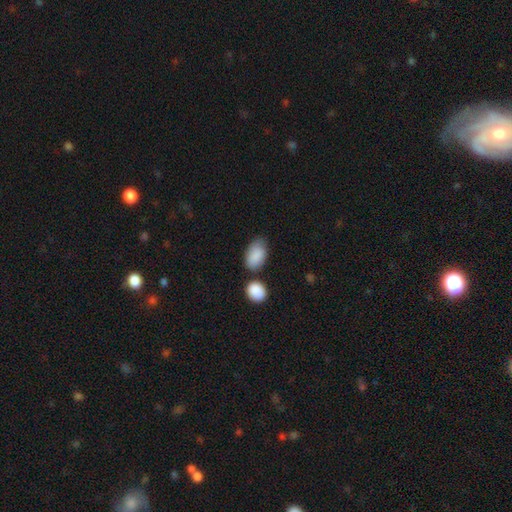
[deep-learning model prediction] smooth_or_featured: smooth (p=0.88) [alt: star or artifact p=0.06]
how_rounded: in between (p=0.91) [alt: round p=0.07]
merging: none (p=0.56) [alt: minor disturbance p=0.24]